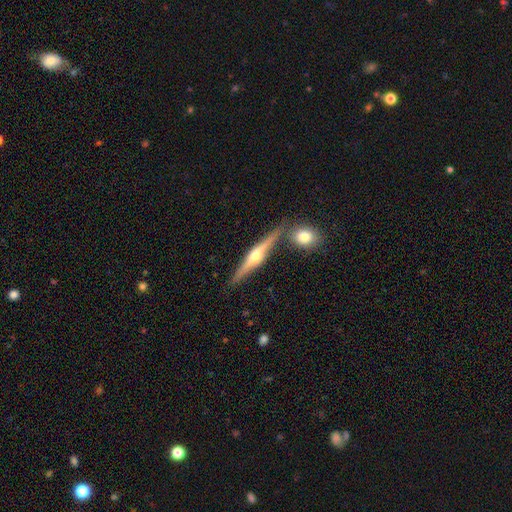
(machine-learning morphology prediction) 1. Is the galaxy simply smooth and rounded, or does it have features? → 79% featured or disk, 15% smooth, 6% star or artifact.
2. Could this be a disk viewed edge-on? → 98% yes, 2% no.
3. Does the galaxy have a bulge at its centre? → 92% rounded, 5% boxy, 3% none.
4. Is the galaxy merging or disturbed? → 81% none, 8% minor disturbance, 8% merger, 2% major disturbance.